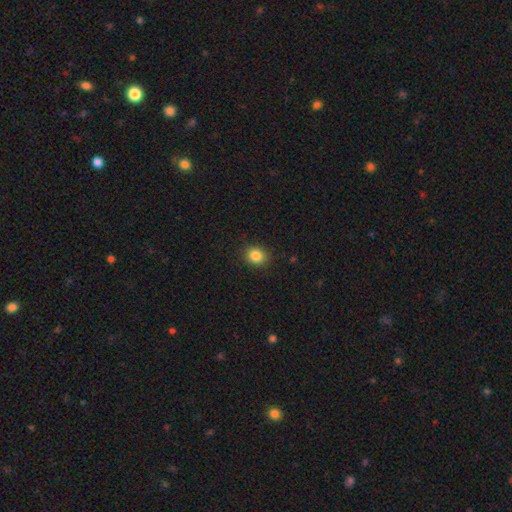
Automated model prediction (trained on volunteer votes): smooth 85%, star or artifact 10%, featured or disk 4%. Down the decision tree: how rounded — round (71%); merging — none (89%).